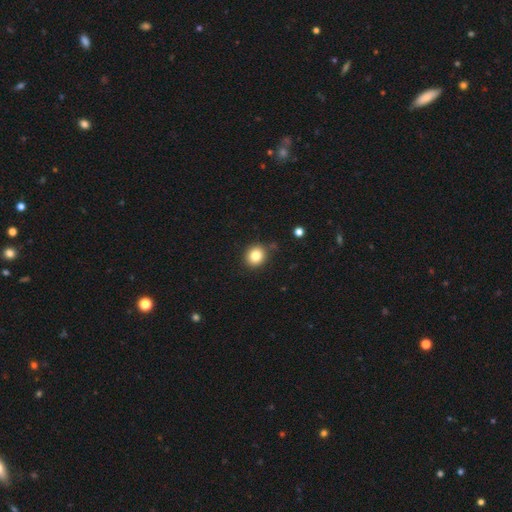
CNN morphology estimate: Smooth or featured: smooth — 82% (star or artifact — 11%)
How rounded: round — 83% (in between — 17%)
Merging: none — 86% (minor disturbance — 9%)